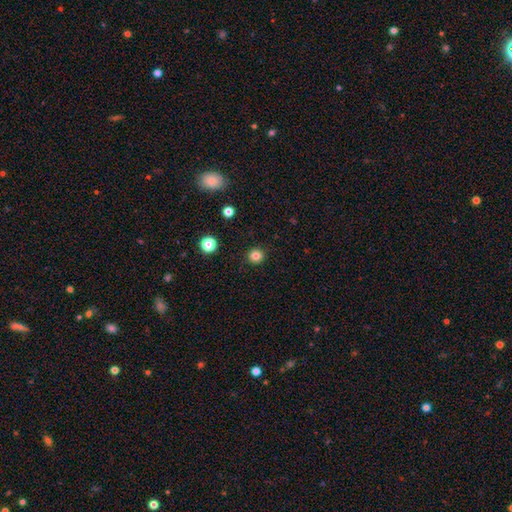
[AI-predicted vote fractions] Smooth or featured? smooth (82%)
How rounded? round (94%)
Merging? none (92%)